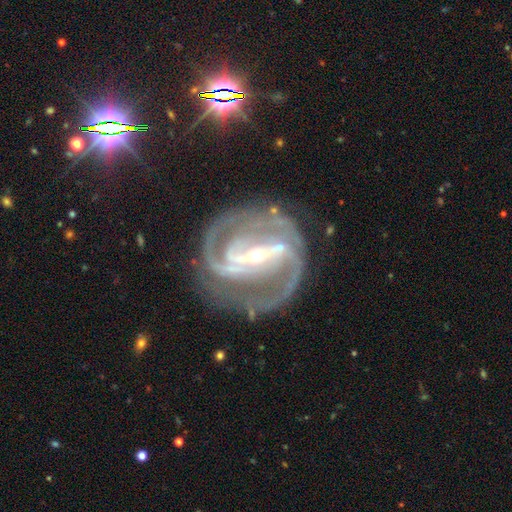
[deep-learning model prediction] Smooth or featured? featured or disk (91%)
Edge-on disk? no (97%)
Bar? strong (76%)
Spiral arms? yes (98%)
Spiral winding? medium (46%)
Spiral arm count? 2 (58%)
Bulge size? small (73%)
Merging? none (68%)